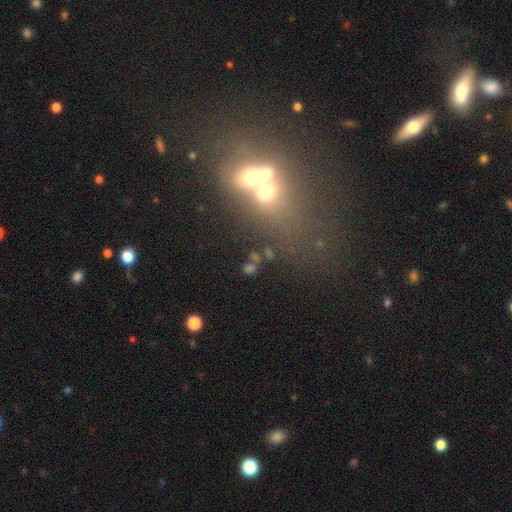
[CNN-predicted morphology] This is possibly a smooth galaxy (46%). Merging: possibly merger (49%).